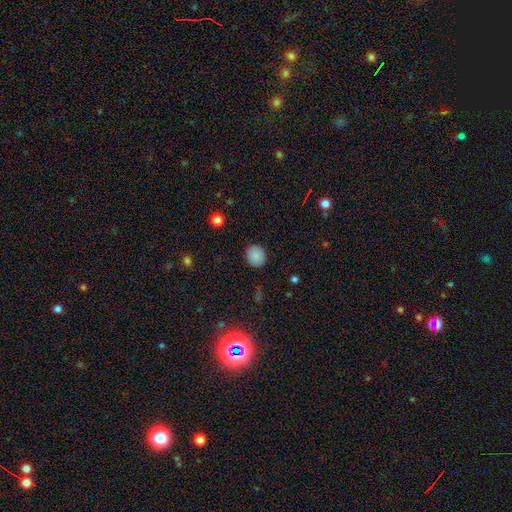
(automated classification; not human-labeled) Q: Smooth or featured?
A: smooth (86%); runner-up: star or artifact (9%)
Q: How rounded?
A: round (76%); runner-up: in between (23%)
Q: Merging?
A: none (89%); runner-up: minor disturbance (8%)